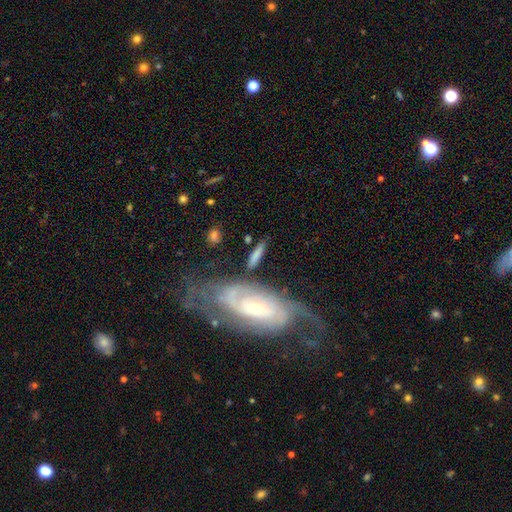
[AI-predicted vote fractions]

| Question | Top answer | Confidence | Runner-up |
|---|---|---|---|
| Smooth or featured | smooth | 65% | featured or disk (28%) |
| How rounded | cigar-shaped | 63% | in between (34%) |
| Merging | none | 66% | minor disturbance (16%) |